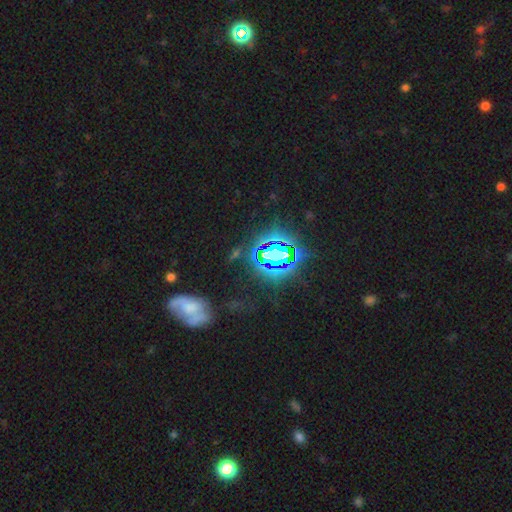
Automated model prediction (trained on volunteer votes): This appears to be a star or artifact, not a galaxy (75%).